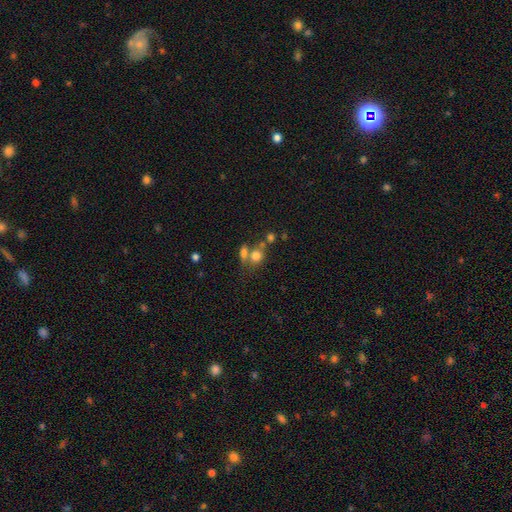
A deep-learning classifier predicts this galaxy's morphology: Q: Smooth or featured?
A: smooth (73%); runner-up: featured or disk (14%)
Q: How rounded?
A: round (57%); runner-up: in between (41%)
Q: Merging?
A: none (42%); runner-up: merger (41%)